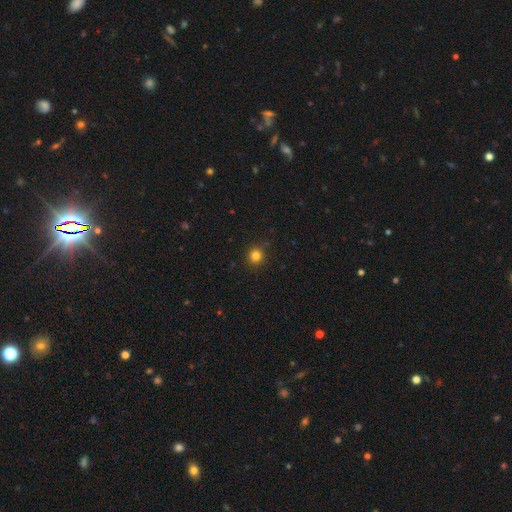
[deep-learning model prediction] smooth-or-featured: smooth: 82% | star or artifact: 14% | featured or disk: 5%
  how-rounded: round: 94% | in between: 5% | cigar-shaped: 1%
  merging: none: 91% | minor disturbance: 6% | major disturbance: 2% | merger: 1%